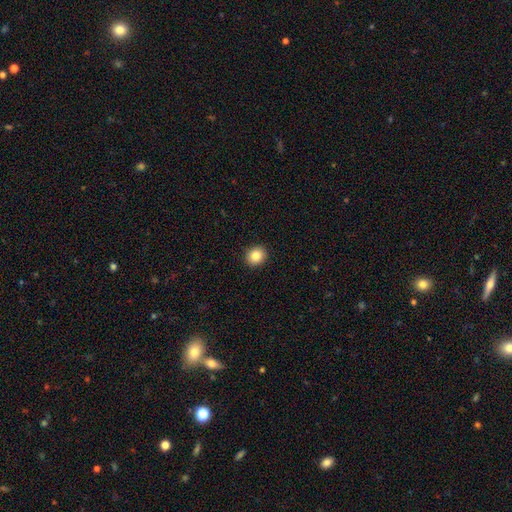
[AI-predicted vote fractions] Smooth or featured?
  - smooth: 85% *
  - star or artifact: 9%
  - featured or disk: 5%
How rounded?
  - round: 79% *
  - in between: 20%
  - cigar-shaped: 1%
Merging?
  - none: 92% *
  - minor disturbance: 6%
  - major disturbance: 2%
  - merger: 1%